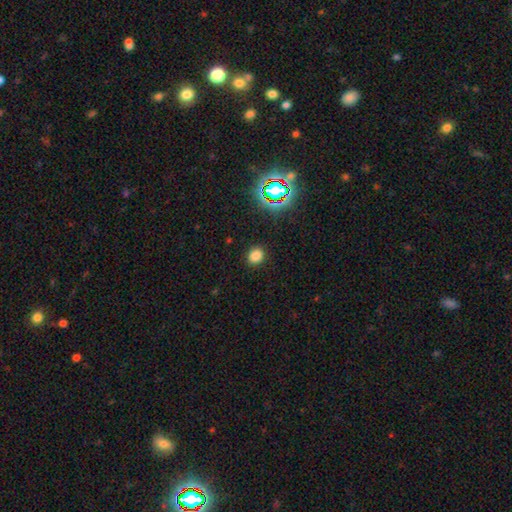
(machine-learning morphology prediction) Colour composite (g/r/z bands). It shows a smooth galaxy with no disk features (79%) that is round (63%). Merging: none (89%).